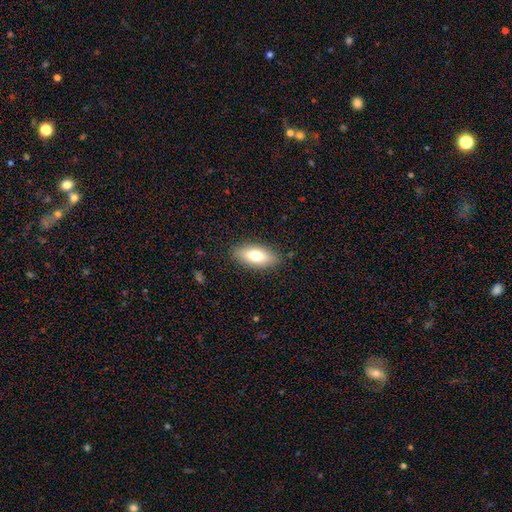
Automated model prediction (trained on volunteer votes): Q: Smooth or featured?
A: smooth (74%); runner-up: featured or disk (19%)
Q: How rounded?
A: in between (83%); runner-up: cigar-shaped (15%)
Q: Merging?
A: none (87%); runner-up: minor disturbance (10%)